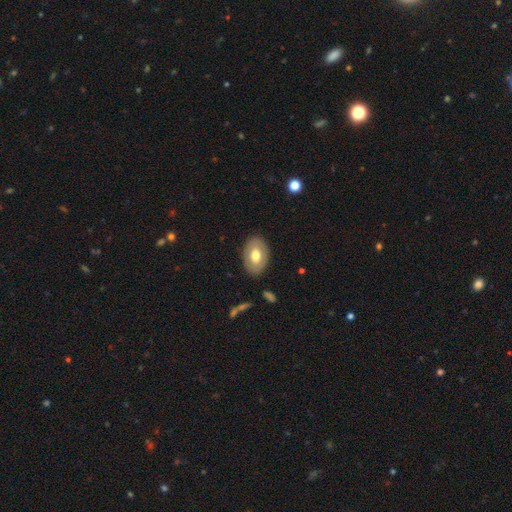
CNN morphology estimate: Smooth or featured?
  - smooth: 62% *
  - featured or disk: 32%
  - star or artifact: 6%
How rounded?
  - in between: 86% *
  - round: 12%
  - cigar-shaped: 1%
Merging?
  - none: 86% *
  - minor disturbance: 10%
  - major disturbance: 3%
  - merger: 1%